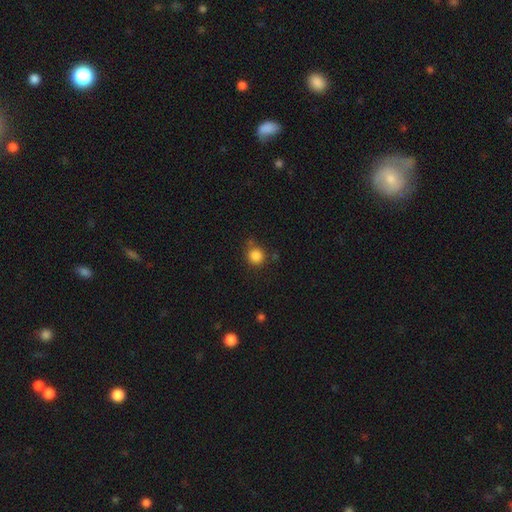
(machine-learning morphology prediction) A smooth galaxy with no disk features (85%) that is round (91%).

Vote fractions:
- Smooth or featured? smooth: 85% / star or artifact: 11% / featured or disk: 4%
- How rounded? round: 91% / in between: 8% / cigar-shaped: 1%
- Merging? none: 74% / minor disturbance: 15% / merger: 6% / major disturbance: 4%